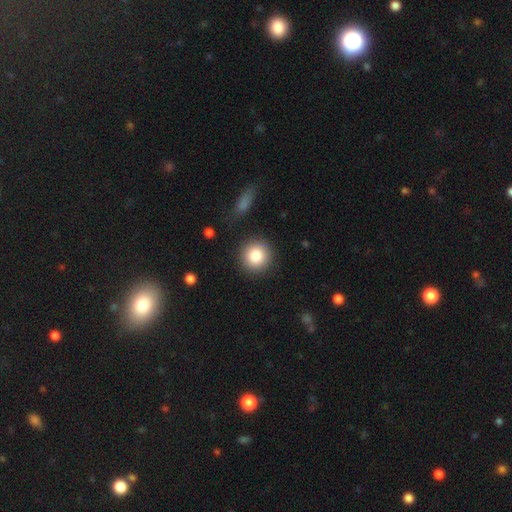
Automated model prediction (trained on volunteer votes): smooth_or_featured: smooth (p=0.84) [alt: star or artifact p=0.08]
how_rounded: round (p=0.94) [alt: in between p=0.05]
merging: none (p=0.88) [alt: minor disturbance p=0.07]